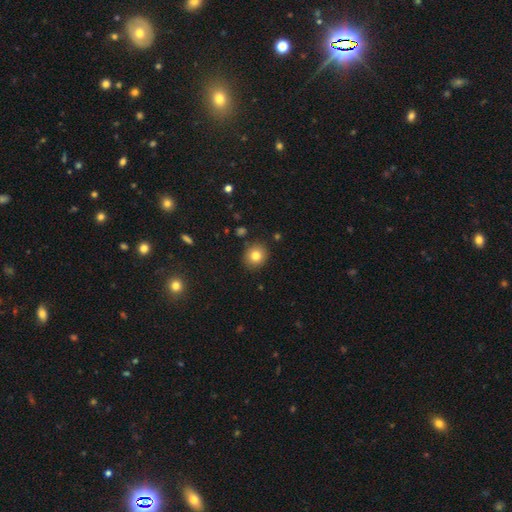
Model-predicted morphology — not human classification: smooth 80%, star or artifact 11%, featured or disk 9%. Down the decision tree: how rounded — round (86%); merging — none (88%).